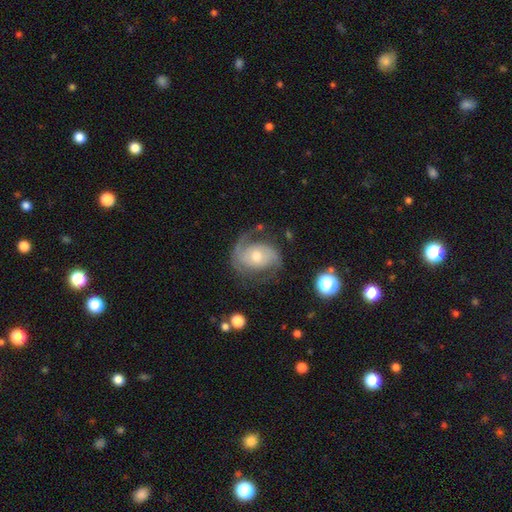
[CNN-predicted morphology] type=featured or disk (84%); edge-on=no (98%); bar=no (63%); spiral arms=yes (95%); winding=medium (47%); arm count=2 (78%); bulge=moderate (55%); merging=none (66%).